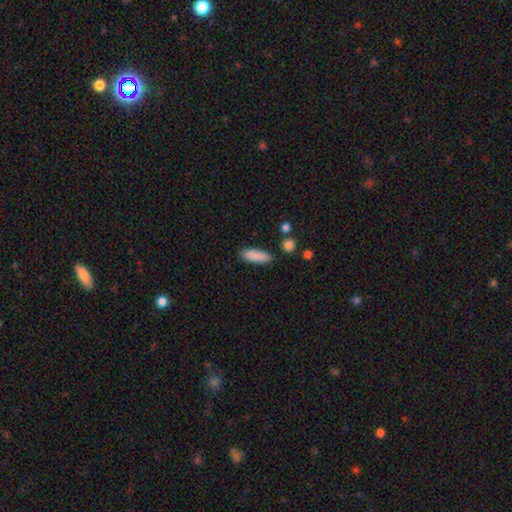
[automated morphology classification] smooth 88%, star or artifact 7%, featured or disk 5%. Down the decision tree: how rounded — in between (56%); merging — none (83%).